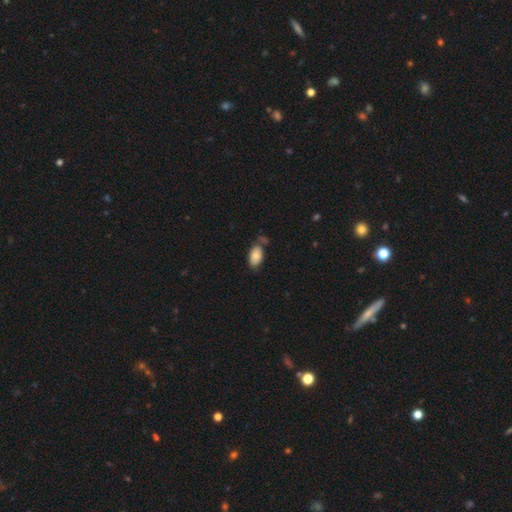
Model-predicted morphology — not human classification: Smooth or featured? smooth (85%)
How rounded? in between (94%)
Merging? none (59%)